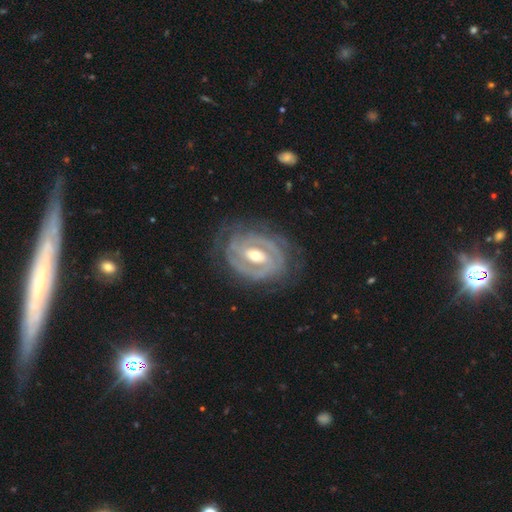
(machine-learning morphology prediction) Smooth or featured: featured or disk — 89% (smooth — 7%)
Edge-on disk: no — 97% (yes — 3%)
Bar: weak — 40% (strong — 35%)
Spiral arms: yes — 93% (no — 7%)
Spiral winding: tight — 75% (medium — 20%)
Spiral arm count: 2 — 47% (can't tell — 23%)
Bulge size: moderate — 66% (small — 29%)
Merging: none — 74% (minor disturbance — 17%)